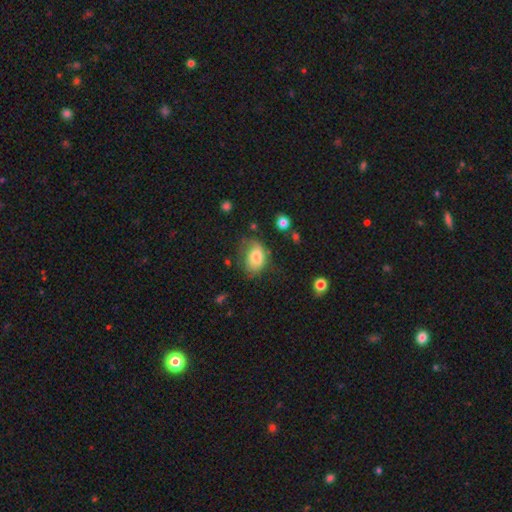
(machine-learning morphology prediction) This appears to be a smooth galaxy with no disk features (76%) that is in between round and cigar-shaped (76%). Merging: none (46%).